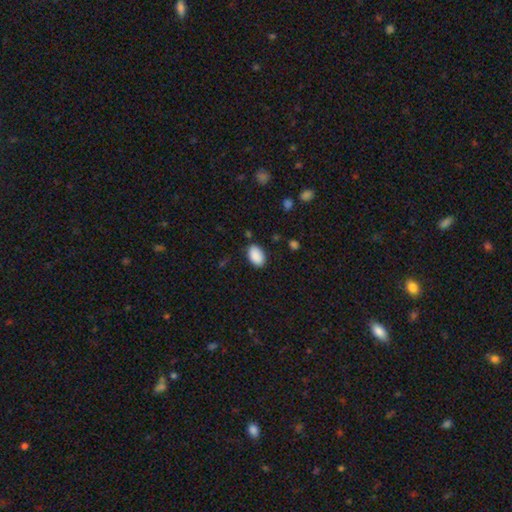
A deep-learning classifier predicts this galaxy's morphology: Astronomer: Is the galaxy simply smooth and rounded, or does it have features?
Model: smooth — 90%.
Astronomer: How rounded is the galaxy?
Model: in between — 92%.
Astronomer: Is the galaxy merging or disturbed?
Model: none — 84%.